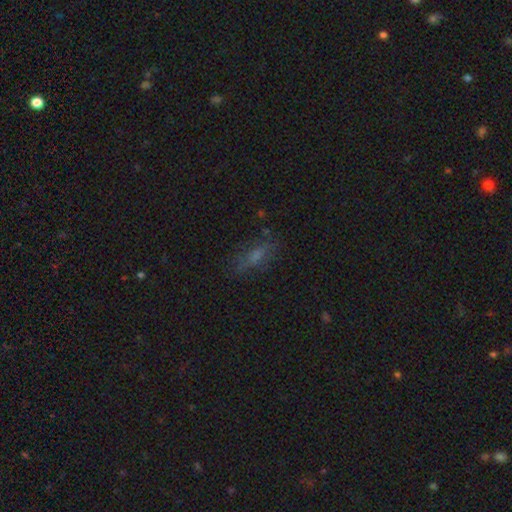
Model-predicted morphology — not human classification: Q: Smooth or featured?
A: smooth (49%); runner-up: featured or disk (28%)
Q: Merging?
A: none (74%); runner-up: minor disturbance (17%)